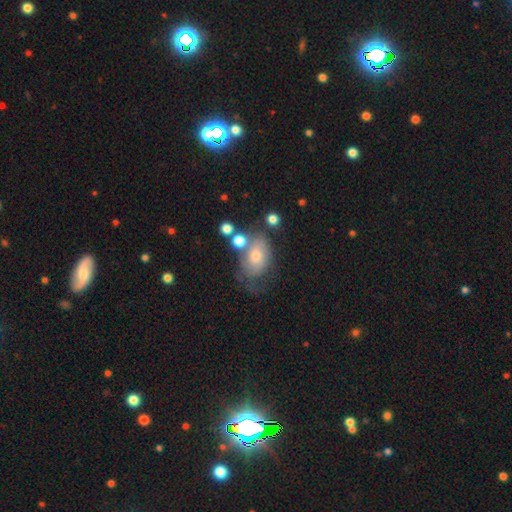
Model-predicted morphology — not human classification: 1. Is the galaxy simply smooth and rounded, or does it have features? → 54% smooth, 34% featured or disk, 12% star or artifact.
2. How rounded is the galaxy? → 81% in between, 18% round, 2% cigar-shaped.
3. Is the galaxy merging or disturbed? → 39% none, 28% minor disturbance, 21% major disturbance, 12% merger.